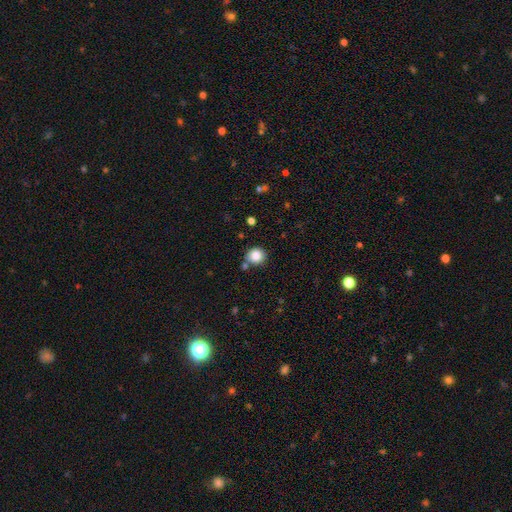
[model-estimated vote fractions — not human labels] smooth_or_featured: smooth (p=0.85) [alt: star or artifact p=0.10]
how_rounded: round (p=0.88) [alt: in between p=0.11]
merging: none (p=0.76) [alt: minor disturbance p=0.12]